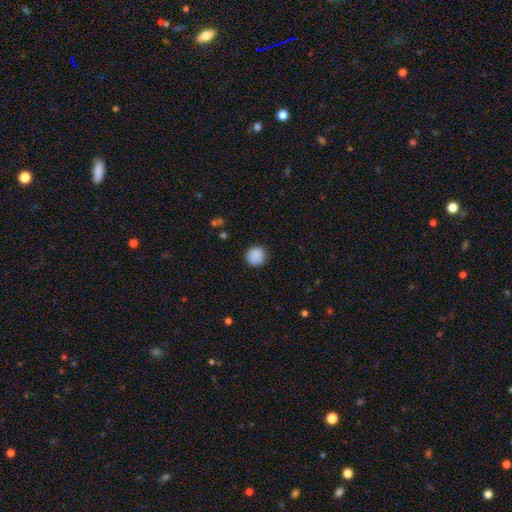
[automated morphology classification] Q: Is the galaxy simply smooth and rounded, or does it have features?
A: smooth — 88%.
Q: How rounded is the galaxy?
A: round — 94%.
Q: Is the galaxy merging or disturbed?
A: none — 88%.